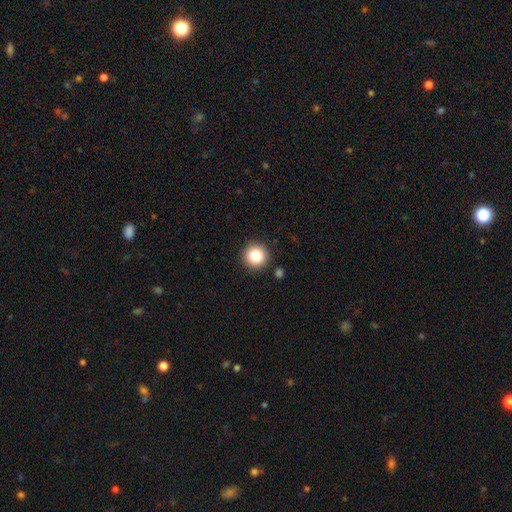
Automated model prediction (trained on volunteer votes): A smooth galaxy with no disk features (85%) that is round (95%). Merging: none (90%).